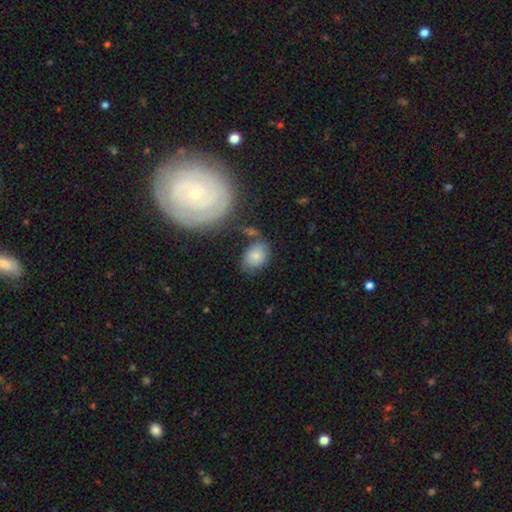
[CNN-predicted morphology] A smooth galaxy with no disk features (71%) that is in between round and cigar-shaped (71%). Merging: none (54%).